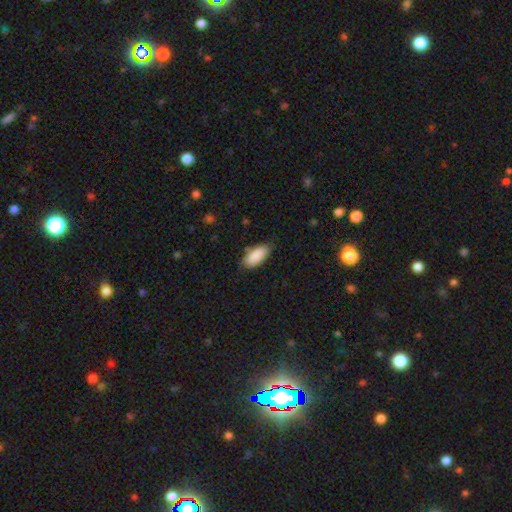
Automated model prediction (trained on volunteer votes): This appears to be a smooth galaxy with no disk features (88%) that is in between round and cigar-shaped (90%). Merging: none (73%).